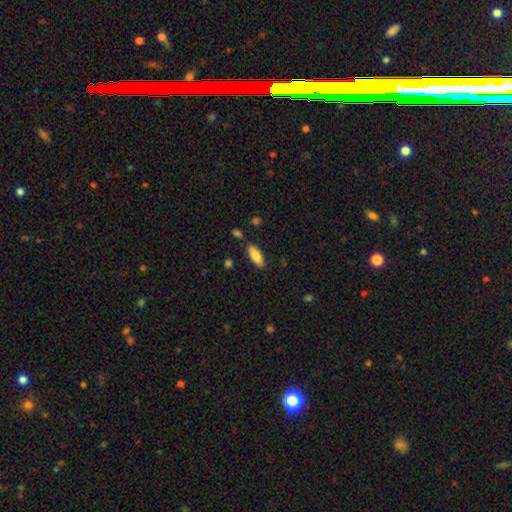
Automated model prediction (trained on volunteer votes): The model was most divided on "how rounded": in between: 73%, cigar-shaped: 25%, round: 2%. More confident: merging — none (84%); smooth or featured — smooth (83%).